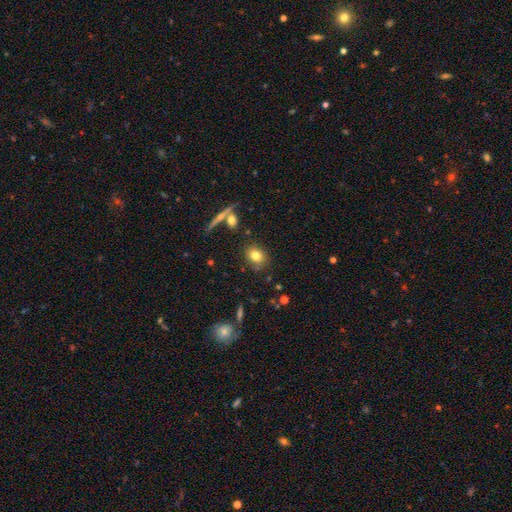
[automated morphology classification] This appears to be a smooth galaxy with no disk features (79%) that is round (52%). Merging: none (79%).